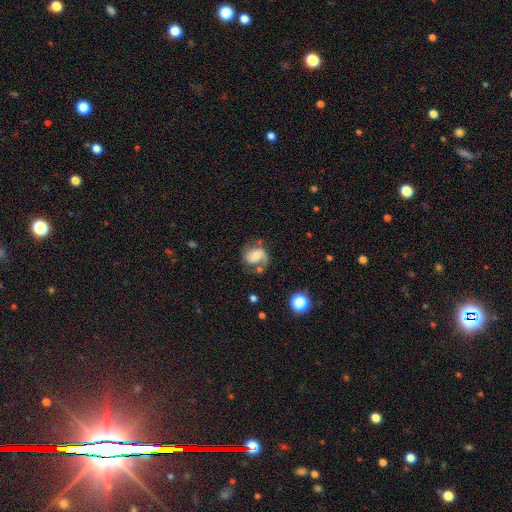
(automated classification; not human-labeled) Q: Smooth or featured?
A: featured or disk (61%); runner-up: smooth (30%)
Q: Edge-on disk?
A: no (98%); runner-up: yes (2%)
Q: Bar?
A: no (51%); runner-up: weak (36%)
Q: Spiral arms?
A: yes (89%); runner-up: no (11%)
Q: Spiral winding?
A: medium (45%); runner-up: loose (31%)
Q: Spiral arm count?
A: 2 (63%); runner-up: 1 (27%)
Q: Bulge size?
A: small (33%); tied with: moderate (33%)
Q: Merging?
A: none (49%); runner-up: minor disturbance (24%)